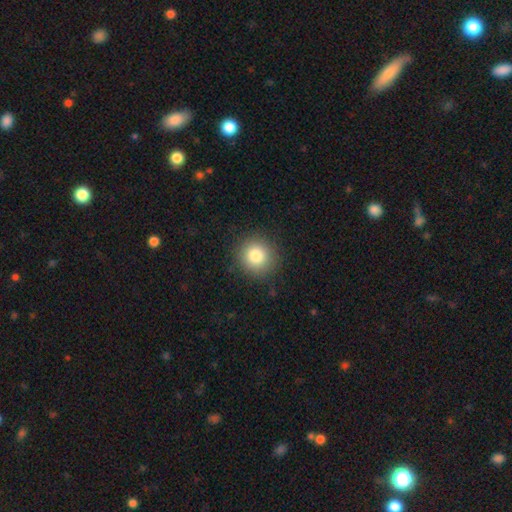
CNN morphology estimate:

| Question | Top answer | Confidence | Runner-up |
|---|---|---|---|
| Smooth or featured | smooth | 82% | star or artifact (11%) |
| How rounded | round | 92% | in between (7%) |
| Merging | none | 89% | minor disturbance (8%) |